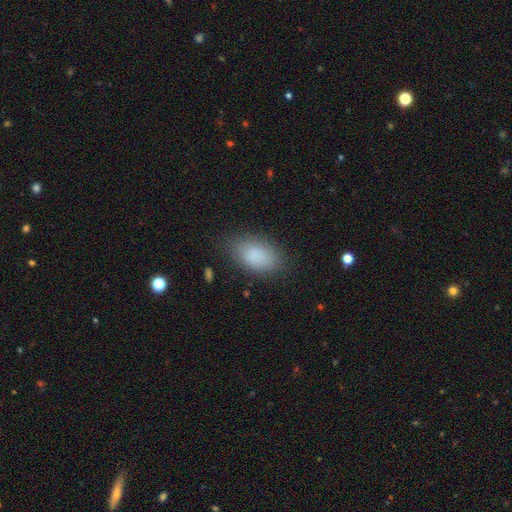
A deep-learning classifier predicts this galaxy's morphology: A smooth galaxy with no disk features (87%) that is in between round and cigar-shaped (91%). Merging: none (80%).